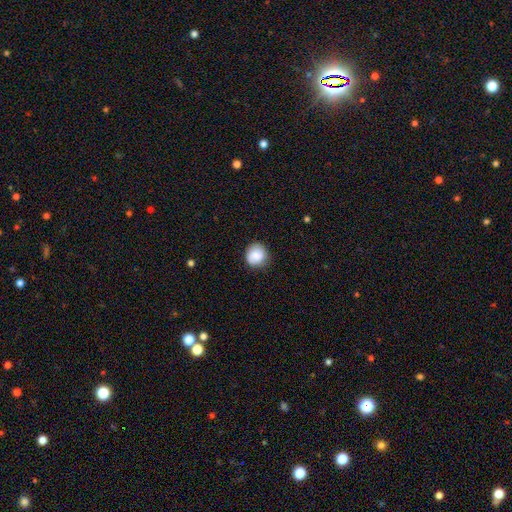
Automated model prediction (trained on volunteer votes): Overall: smooth (84%). How rounded: round (89%). Merging: none (82%).